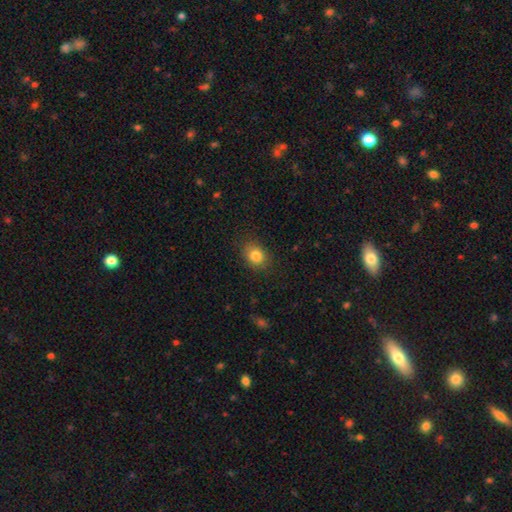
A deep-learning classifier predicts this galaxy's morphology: A smooth galaxy with no disk features (84%) that is in between round and cigar-shaped (50%). Merging: none (84%).